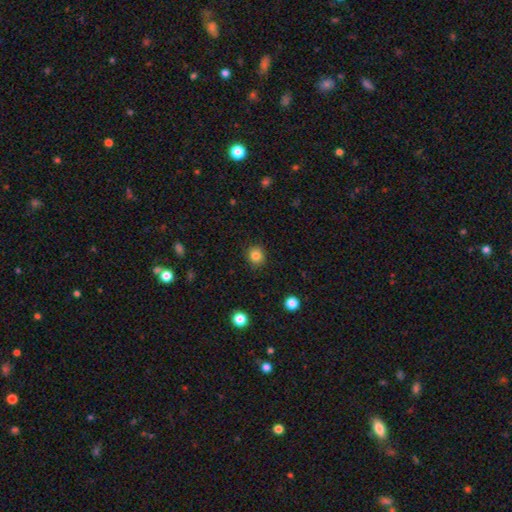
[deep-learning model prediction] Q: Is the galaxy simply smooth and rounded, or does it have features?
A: smooth — 83%.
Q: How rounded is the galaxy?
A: round — 81%.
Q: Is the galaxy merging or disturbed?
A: none — 88%.